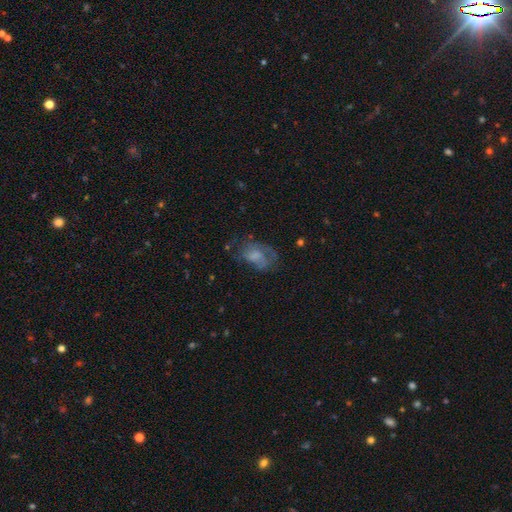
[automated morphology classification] Overall: smooth (47%; featured or disk 42%). Merging: none (39%; major disturbance 33%).